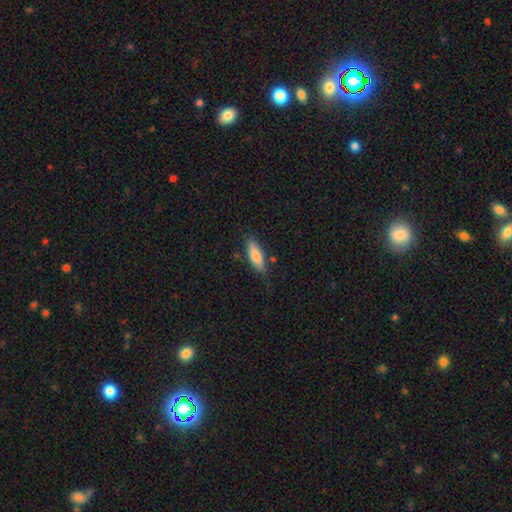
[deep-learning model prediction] Morphology: type=smooth (77%); roundness=in between (54%); merging=none (76%).